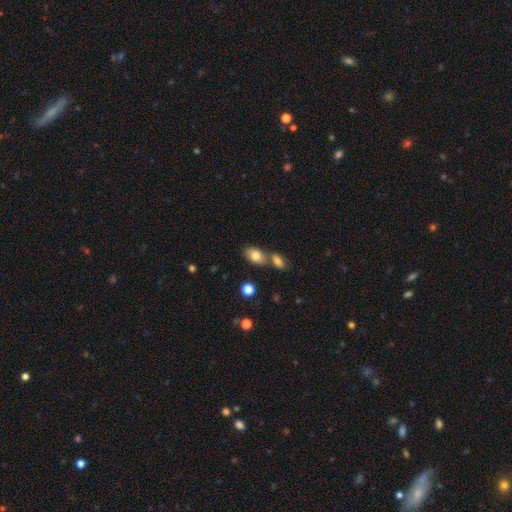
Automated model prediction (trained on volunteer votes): Smooth or featured? Predicted: smooth (p=0.79). How rounded? Predicted: in between (p=0.86). Merging? Predicted: none (p=0.51).